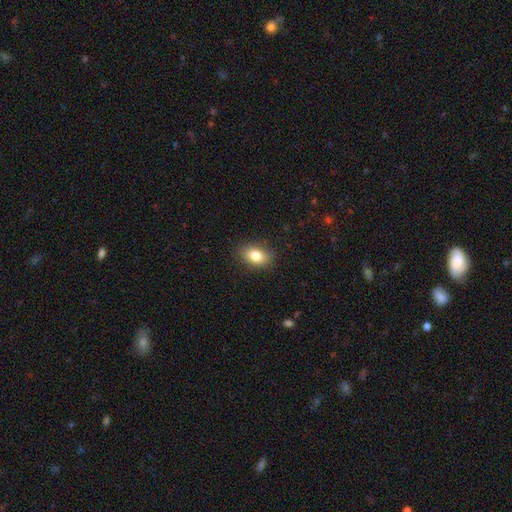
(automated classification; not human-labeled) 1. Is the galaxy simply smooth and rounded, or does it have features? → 82% smooth, 9% featured or disk, 9% star or artifact.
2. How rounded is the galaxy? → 80% in between, 18% round, 2% cigar-shaped.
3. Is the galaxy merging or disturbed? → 85% none, 11% minor disturbance, 3% major disturbance, 1% merger.